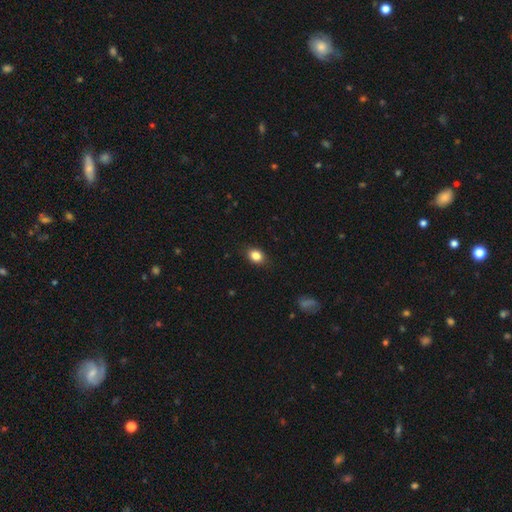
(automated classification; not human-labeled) Overall: smooth (84%). How rounded: in between (63%; round 35%). Merging: none (86%).